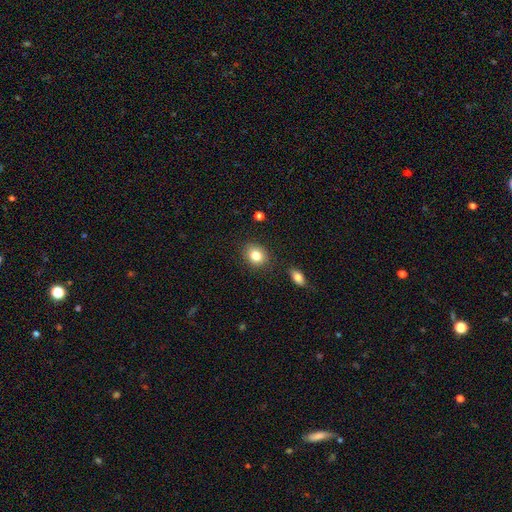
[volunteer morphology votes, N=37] Smooth or featured: smooth — 76% (featured or disk — 14%)
How rounded: in between — 68% (round — 32%)
Merging: none — 76% (minor disturbance — 15%)